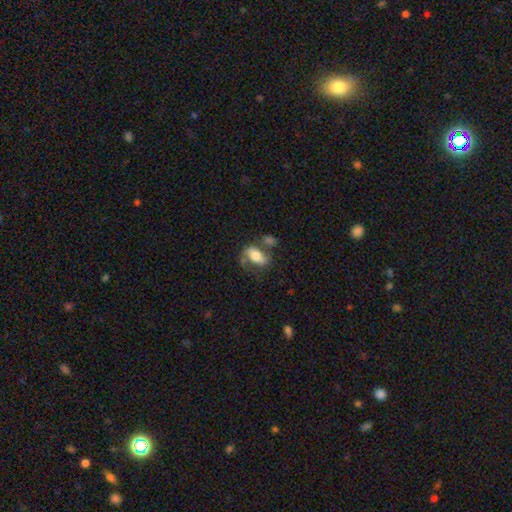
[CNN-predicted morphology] smooth 60%, featured or disk 33%, star or artifact 7%. Down the decision tree: how rounded — in between (87%); merging — none (44%).